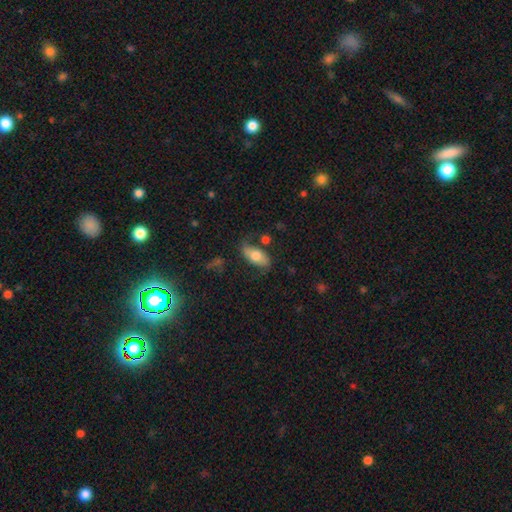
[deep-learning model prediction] smooth_or_featured: smooth (p=0.66) [alt: featured or disk p=0.27]
how_rounded: in between (p=0.88) [alt: cigar-shaped p=0.08]
merging: none (p=0.66) [alt: minor disturbance p=0.22]